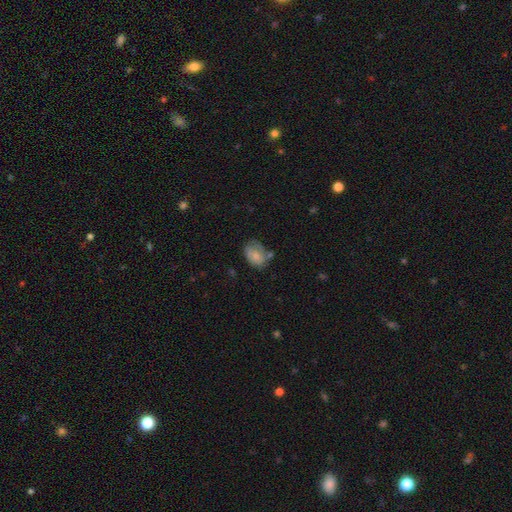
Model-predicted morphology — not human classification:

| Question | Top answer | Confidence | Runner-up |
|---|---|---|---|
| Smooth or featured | smooth | 69% | featured or disk (23%) |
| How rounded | in between | 79% | round (20%) |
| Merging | none | 46% | minor disturbance (32%) |